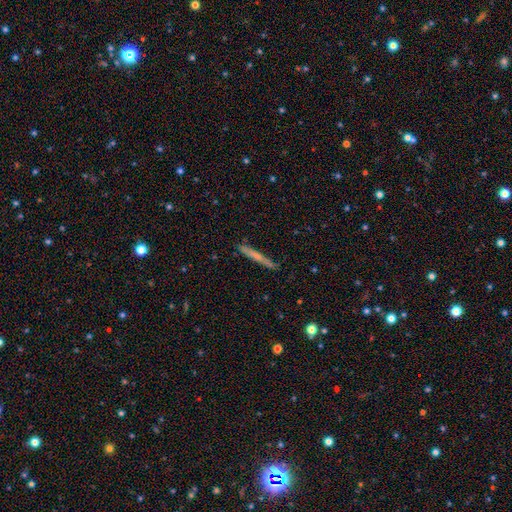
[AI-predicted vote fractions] Smooth or featured: smooth — 54% (featured or disk — 39%)
How rounded: cigar-shaped — 96% (in between — 2%)
Merging: none — 87% (minor disturbance — 10%)